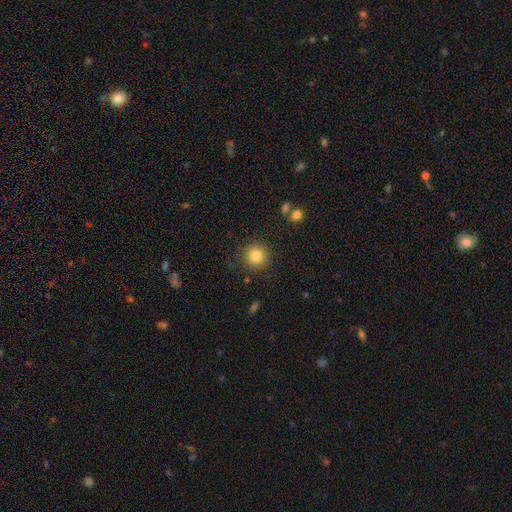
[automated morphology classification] smooth_or_featured: smooth (p=0.83) [alt: star or artifact p=0.11]
how_rounded: round (p=0.94) [alt: in between p=0.06]
merging: none (p=0.89) [alt: minor disturbance p=0.07]